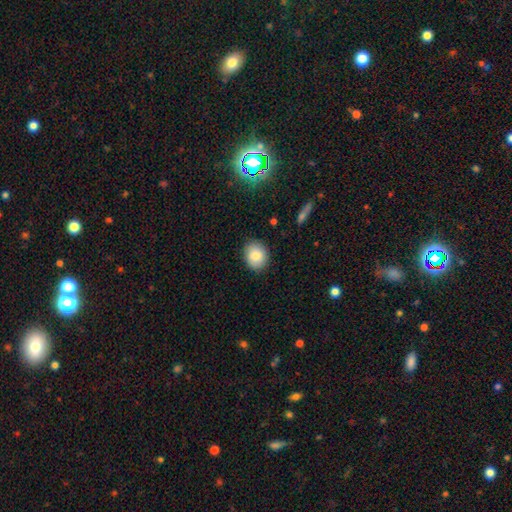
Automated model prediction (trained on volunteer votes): Smooth or featured? Predicted: smooth (p=0.83). How rounded? Predicted: round (p=0.56). Merging? Predicted: none (p=0.86).